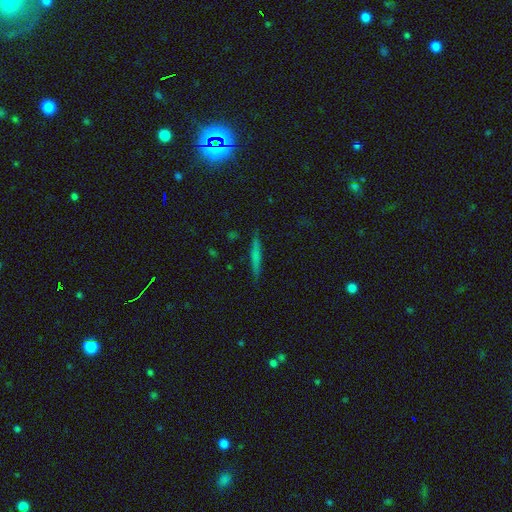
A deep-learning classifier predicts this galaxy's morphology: Smooth or featured? smooth (55%)
How rounded? cigar-shaped (94%)
Merging? none (89%)